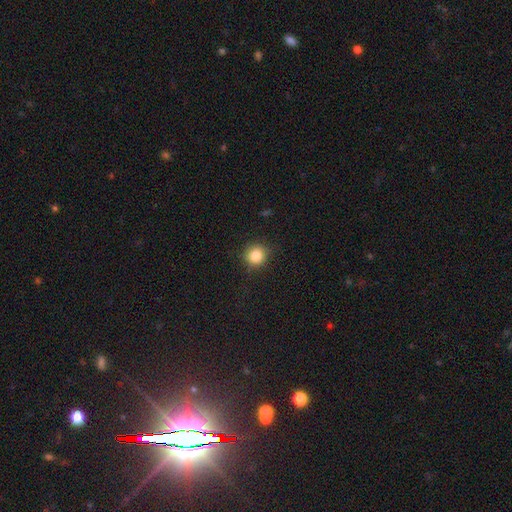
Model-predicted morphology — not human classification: This appears to be a smooth galaxy with no disk features (85%) that is round (92%). Merging: none (88%).